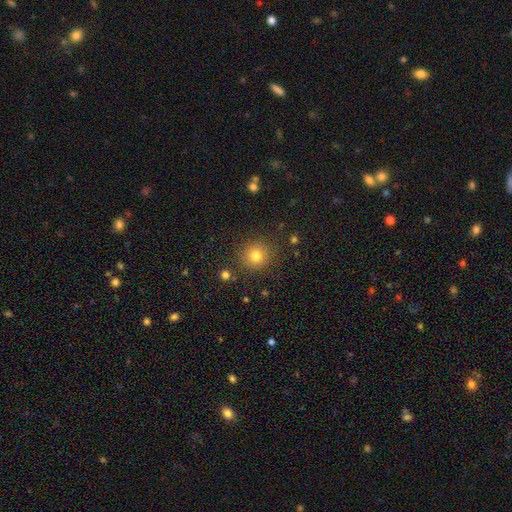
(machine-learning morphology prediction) Smooth or featured? Predicted: smooth (p=0.78). How rounded? Predicted: round (p=0.91). Merging? Predicted: none (p=0.87).